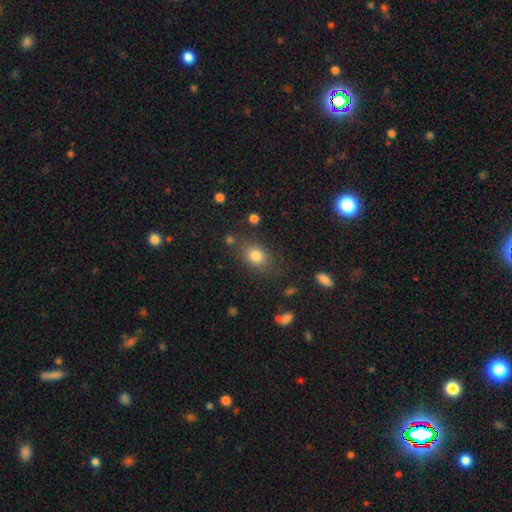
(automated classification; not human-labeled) A smooth galaxy with no disk features (80%) that is in between round and cigar-shaped (59%).

Vote fractions:
- Smooth or featured? smooth: 80% / star or artifact: 11% / featured or disk: 8%
- How rounded? in between: 59% / round: 39% / cigar-shaped: 1%
- Merging? none: 75% / minor disturbance: 15% / major disturbance: 6% / merger: 5%